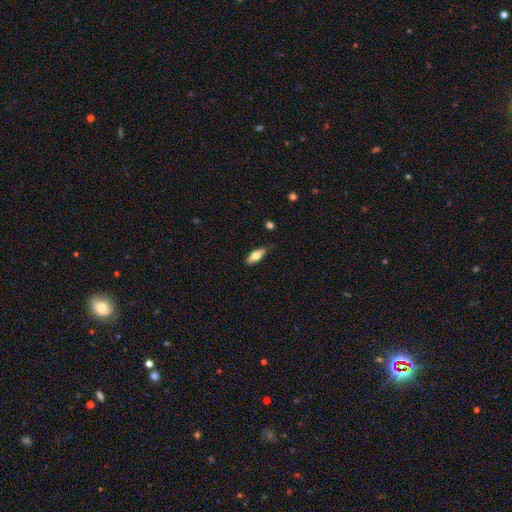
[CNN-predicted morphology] Overall: smooth (63%; featured or disk 31%). How rounded: in between (64%; cigar-shaped 33%). Merging: none (79%).